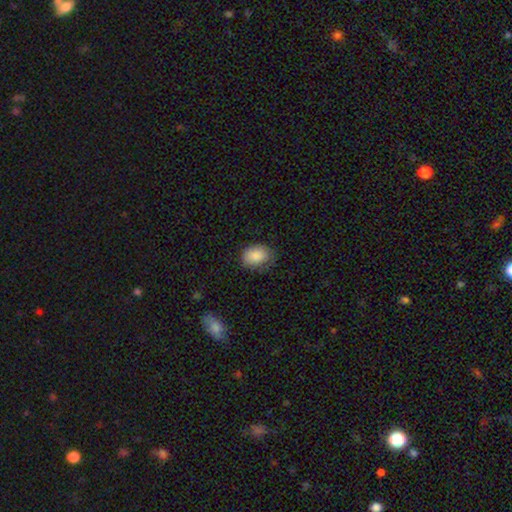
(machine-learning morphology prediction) A smooth galaxy with no disk features (87%) that is in between round and cigar-shaped (73%). Merging: none (66%).